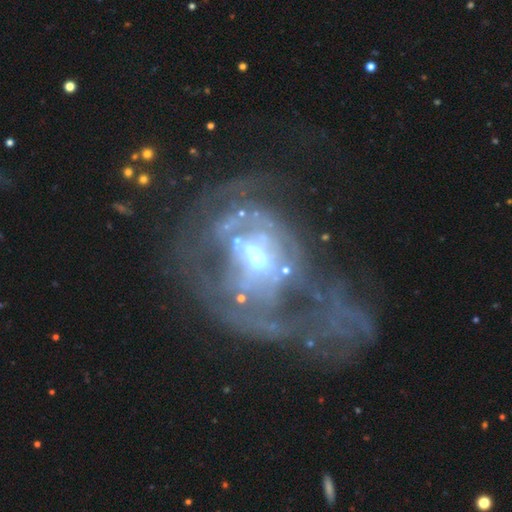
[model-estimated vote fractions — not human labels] Morphology: type=featured or disk (77%); edge-on=no (96%); bar=no (47%); spiral arms=yes (53%); bulge=moderate (60%); merging=major disturbance (58%).